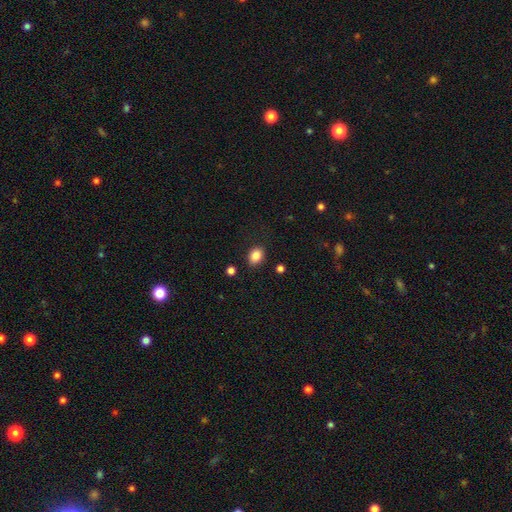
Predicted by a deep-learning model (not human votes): Smooth or featured? smooth (86%)
How rounded? in between (66%)
Merging? none (84%)